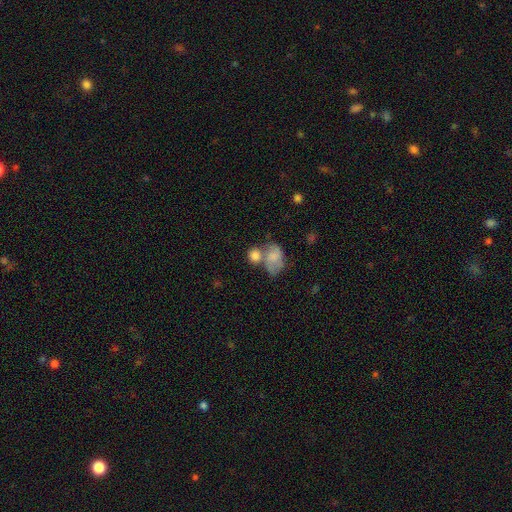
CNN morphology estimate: smooth 78%, featured or disk 14%, star or artifact 8%. Down the decision tree: how rounded — round (56%); merging — merger (49%).